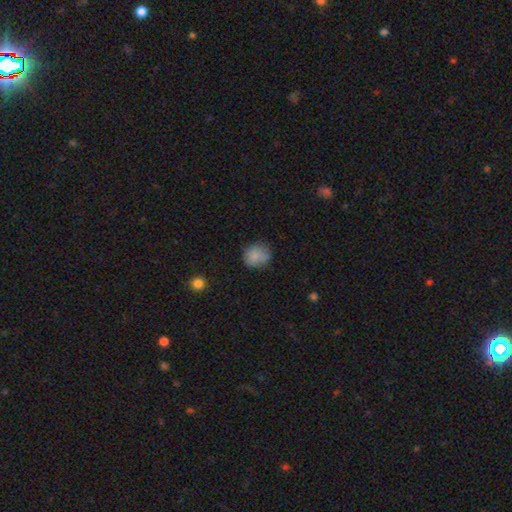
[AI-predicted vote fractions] This is clearly a smooth galaxy (82%). How rounded: likely round (77%). Merging: likely none (68%).